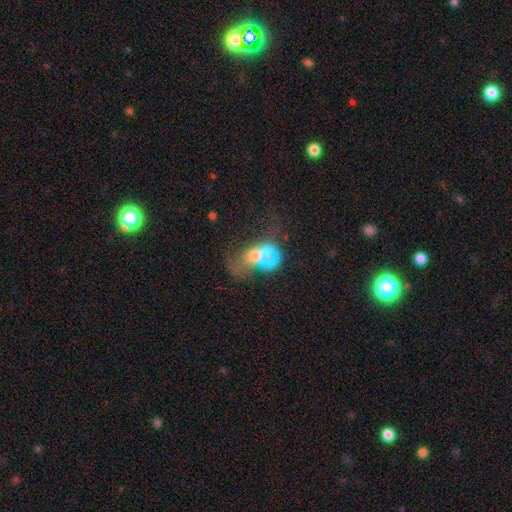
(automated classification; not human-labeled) Q: Smooth or featured?
A: smooth (60%); runner-up: featured or disk (26%)
Q: How rounded?
A: round (58%); runner-up: in between (40%)
Q: Merging?
A: merger (54%); runner-up: major disturbance (23%)